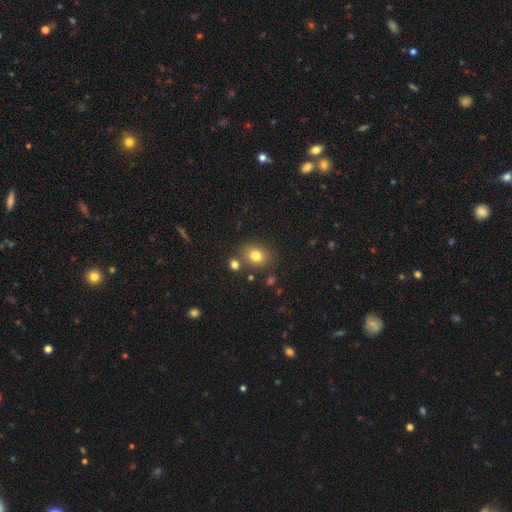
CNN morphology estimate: smooth 78%, star or artifact 12%, featured or disk 9%. Down the decision tree: how rounded — round (54%); merging — none (75%).